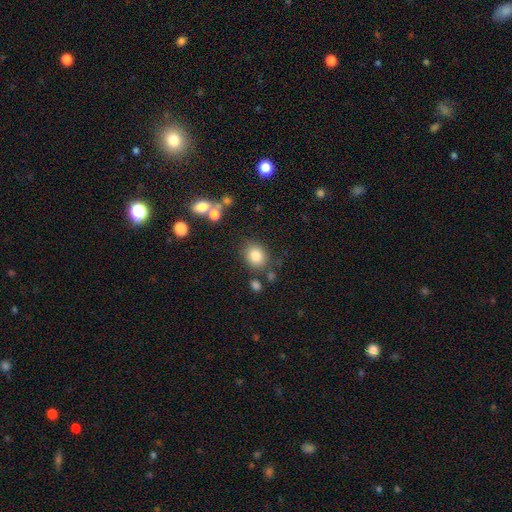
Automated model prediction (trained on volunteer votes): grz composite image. It shows a smooth galaxy with no disk features (82%) that is round (60%). Merging: none (75%).